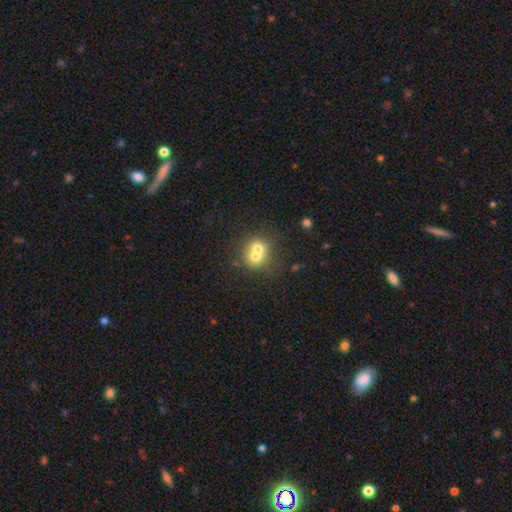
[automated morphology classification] smooth_or_featured: smooth (p=0.65) [alt: featured or disk p=0.23]
how_rounded: round (p=0.82) [alt: in between p=0.17]
merging: merger (p=0.63) [alt: none p=0.29]